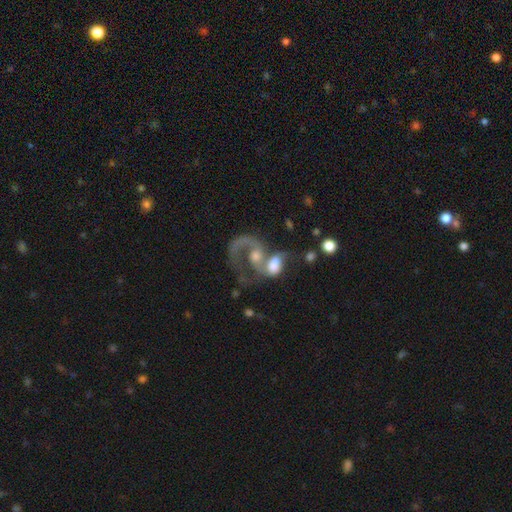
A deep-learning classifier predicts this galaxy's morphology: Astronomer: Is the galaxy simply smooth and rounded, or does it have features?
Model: featured or disk — 71%.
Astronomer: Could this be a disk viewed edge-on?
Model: no — 97%.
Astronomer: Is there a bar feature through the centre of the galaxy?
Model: no — 66%.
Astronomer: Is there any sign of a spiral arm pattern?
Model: yes — 80%.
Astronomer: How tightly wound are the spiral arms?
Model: loose — 57%.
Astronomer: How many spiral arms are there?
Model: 1 — 73%.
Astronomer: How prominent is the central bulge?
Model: moderate — 48%.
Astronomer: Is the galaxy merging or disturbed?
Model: merger — 71%.